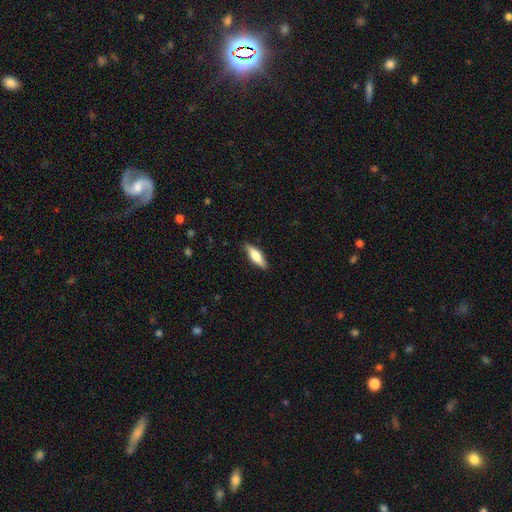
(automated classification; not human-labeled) Morphology: type=smooth (67%); roundness=cigar-shaped (52%); merging=none (87%).